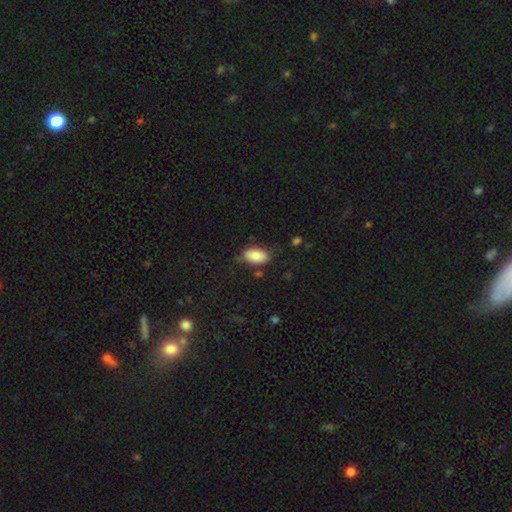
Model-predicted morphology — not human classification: A smooth galaxy with no disk features (85%) that is in between round and cigar-shaped (93%).

Vote fractions:
- Smooth or featured? smooth: 85% / featured or disk: 8% / star or artifact: 7%
- How rounded? in between: 93% / round: 4% / cigar-shaped: 3%
- Merging? none: 72% / minor disturbance: 20% / major disturbance: 5% / merger: 3%